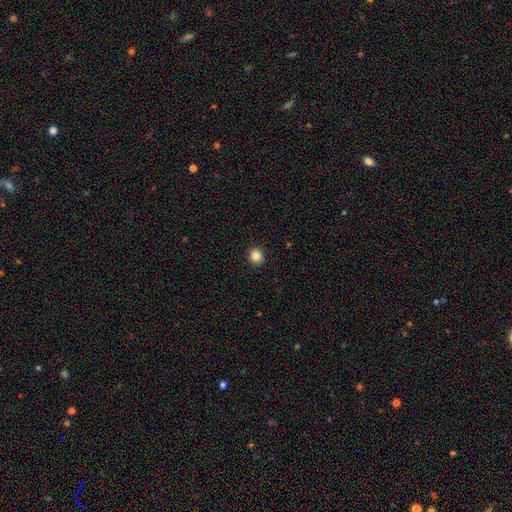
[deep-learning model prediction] Smooth or featured?
  - smooth: 84% *
  - star or artifact: 11%
  - featured or disk: 5%
How rounded?
  - round: 89% *
  - in between: 10%
  - cigar-shaped: 1%
Merging?
  - none: 93% *
  - minor disturbance: 5%
  - major disturbance: 1%
  - merger: 1%